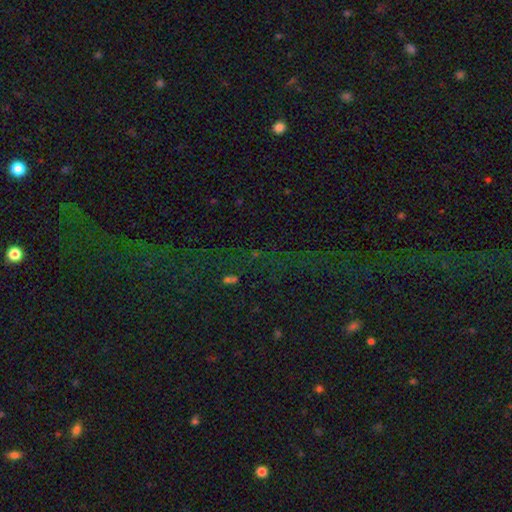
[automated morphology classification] Smooth or featured?
  - star or artifact: 75% *
  - featured or disk: 13%
  - smooth: 12%